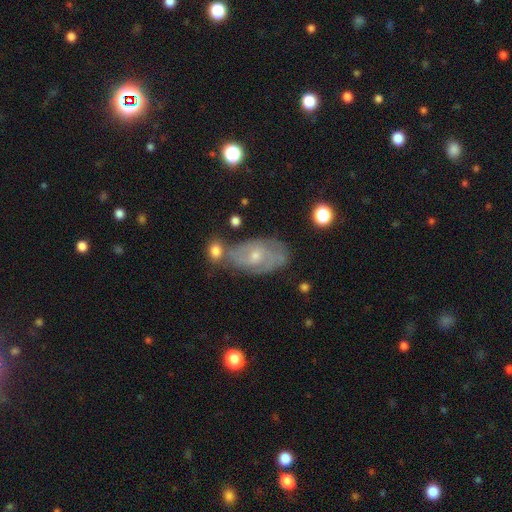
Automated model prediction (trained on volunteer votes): This is likely a featured or disk galaxy (69%). It is clearly not viewed edge-on (94%). Bar: possibly no (57%). Spiral arm pattern: clearly yes (83%). Spiral arm count: marginally 2 (43%). Spiral winding: possibly tight (48%). Central bulge: possibly small (60%). Merging: possibly none (54%).